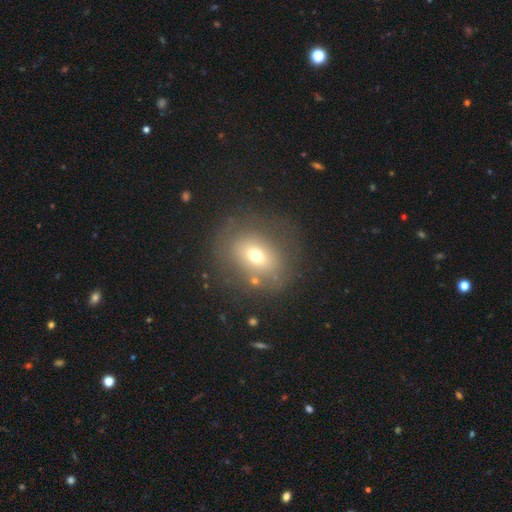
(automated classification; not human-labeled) Smooth or featured? Predicted: smooth (p=0.63). How rounded? Predicted: round (p=0.55). Merging? Predicted: none (p=0.71).